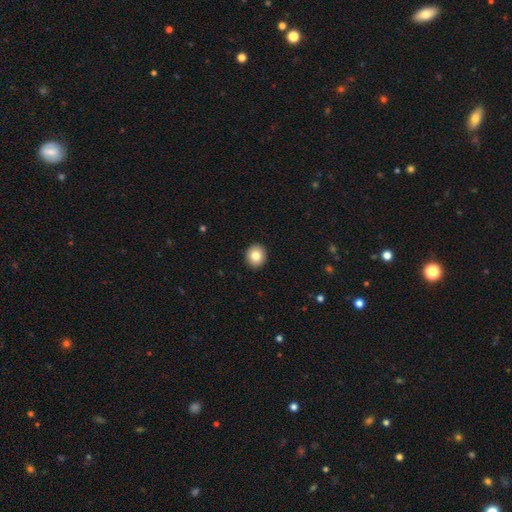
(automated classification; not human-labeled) Q: Smooth or featured?
A: smooth (83%); runner-up: star or artifact (9%)
Q: How rounded?
A: round (83%); runner-up: in between (16%)
Q: Merging?
A: none (93%); runner-up: minor disturbance (5%)